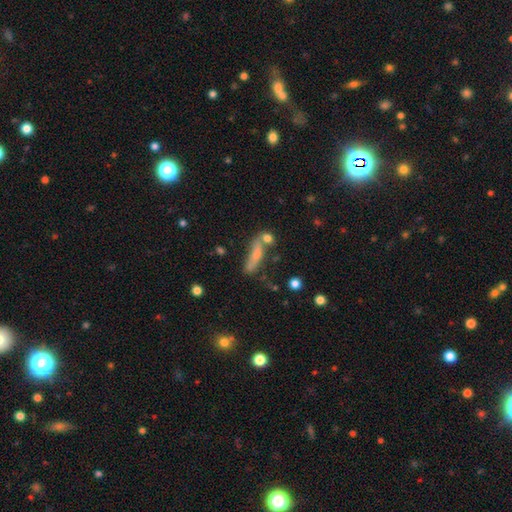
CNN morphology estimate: smooth-or-featured: smooth: 65% | featured or disk: 25% | star or artifact: 10%
  how-rounded: cigar-shaped: 75% | in between: 21% | round: 4%
  merging: none: 51% | merger: 21% | minor disturbance: 19% | major disturbance: 9%